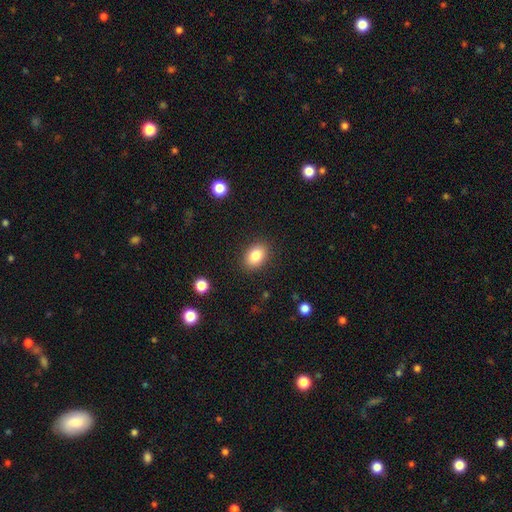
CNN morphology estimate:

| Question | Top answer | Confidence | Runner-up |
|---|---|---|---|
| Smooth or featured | smooth | 84% | star or artifact (9%) |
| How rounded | in between | 75% | round (24%) |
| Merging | none | 88% | minor disturbance (9%) |